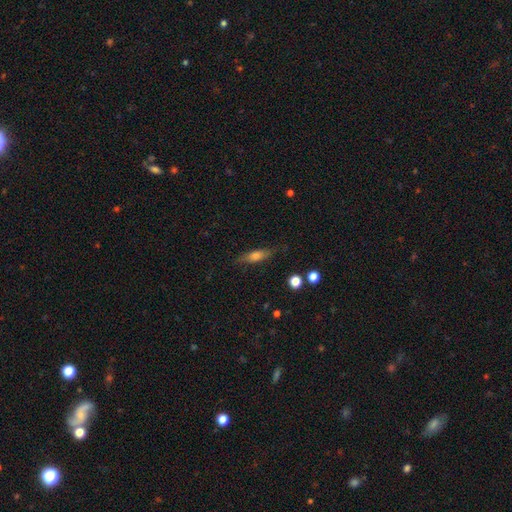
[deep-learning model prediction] This appears to be a smooth galaxy with no disk features (56%) that is cigar-shaped (57%). Merging: none (79%).